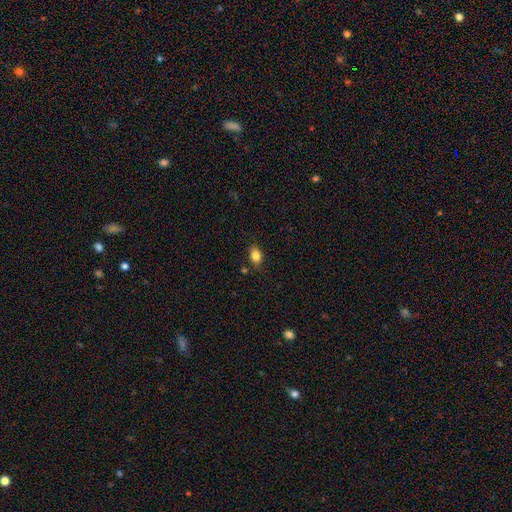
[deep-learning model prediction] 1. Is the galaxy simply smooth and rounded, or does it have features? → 83% smooth, 10% star or artifact, 7% featured or disk.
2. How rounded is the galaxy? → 78% in between, 21% round, 1% cigar-shaped.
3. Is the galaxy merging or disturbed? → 82% none, 12% minor disturbance, 3% merger, 3% major disturbance.